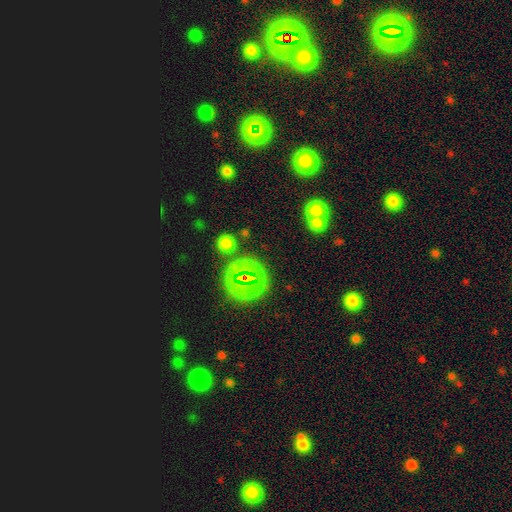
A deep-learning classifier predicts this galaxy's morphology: Smooth or featured?
  - star or artifact: 63% *
  - smooth: 24%
  - featured or disk: 13%